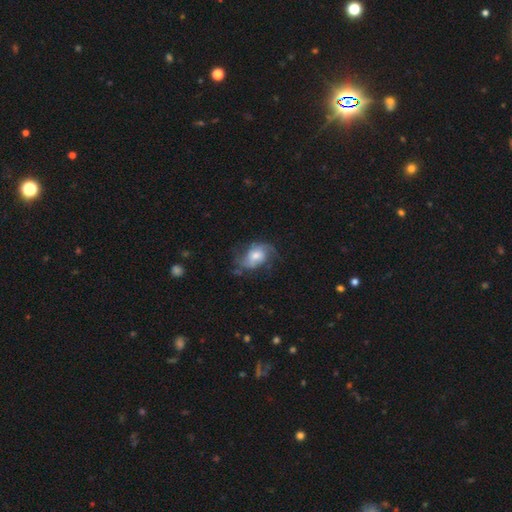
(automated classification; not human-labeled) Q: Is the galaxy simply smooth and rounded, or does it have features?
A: featured or disk — 60%.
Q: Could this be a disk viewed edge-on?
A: no — 96%.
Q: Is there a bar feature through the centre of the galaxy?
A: no — 63%.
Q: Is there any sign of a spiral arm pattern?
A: yes — 82%.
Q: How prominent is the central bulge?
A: moderate — 52%.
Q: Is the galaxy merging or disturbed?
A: none — 48%.